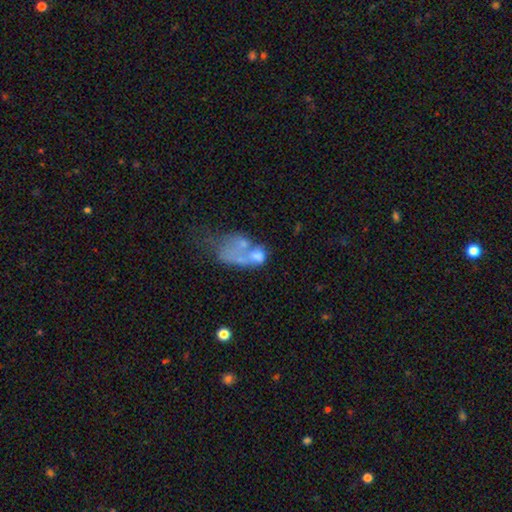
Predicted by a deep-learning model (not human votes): The model was most divided on "smooth or featured": smooth: 45%, featured or disk: 42%, star or artifact: 13%. Remaining: merging — merger (44%).